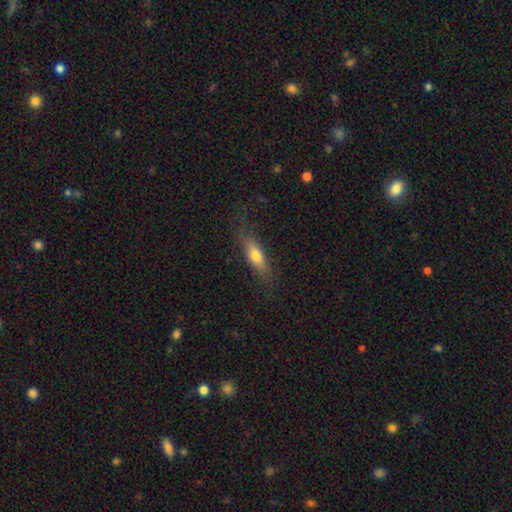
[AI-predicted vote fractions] A smooth galaxy with no disk features (68%) that is cigar-shaped (51%). Merging: none (77%).